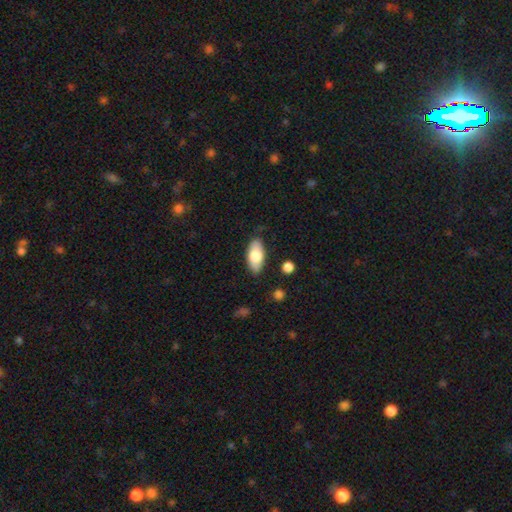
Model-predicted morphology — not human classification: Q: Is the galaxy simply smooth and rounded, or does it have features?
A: smooth — 76%.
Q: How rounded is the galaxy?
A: in between — 89%.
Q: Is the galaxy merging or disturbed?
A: none — 82%.